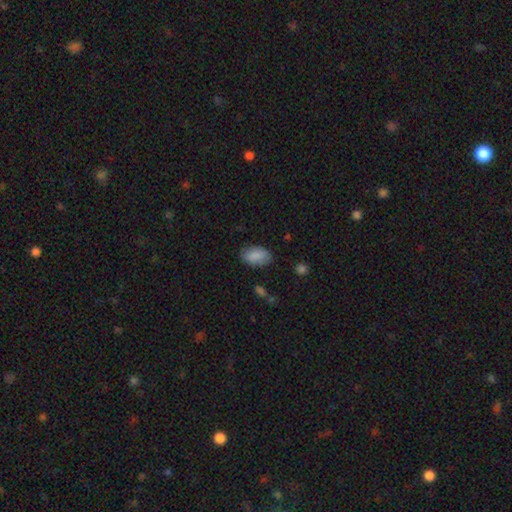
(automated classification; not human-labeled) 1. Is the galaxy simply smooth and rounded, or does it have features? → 87% smooth, 7% star or artifact, 6% featured or disk.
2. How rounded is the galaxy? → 93% in between, 6% round, 2% cigar-shaped.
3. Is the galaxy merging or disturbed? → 79% none, 16% minor disturbance, 4% major disturbance, 1% merger.